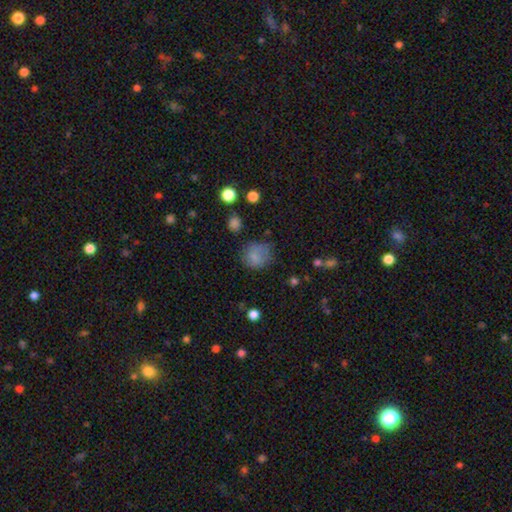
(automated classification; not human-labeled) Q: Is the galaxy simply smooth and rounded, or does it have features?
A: smooth — 78%.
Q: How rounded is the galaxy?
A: round — 74%.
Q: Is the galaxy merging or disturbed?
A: none — 60%.